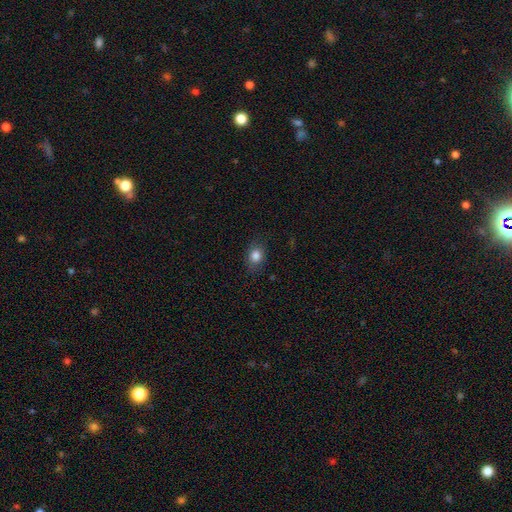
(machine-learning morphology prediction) A smooth galaxy with no disk features (82%) that is in between round and cigar-shaped (59%).

Vote fractions:
- Smooth or featured? smooth: 82% / star or artifact: 10% / featured or disk: 8%
- How rounded? in between: 59% / round: 39% / cigar-shaped: 2%
- Merging? none: 80% / minor disturbance: 15% / major disturbance: 4% / merger: 1%